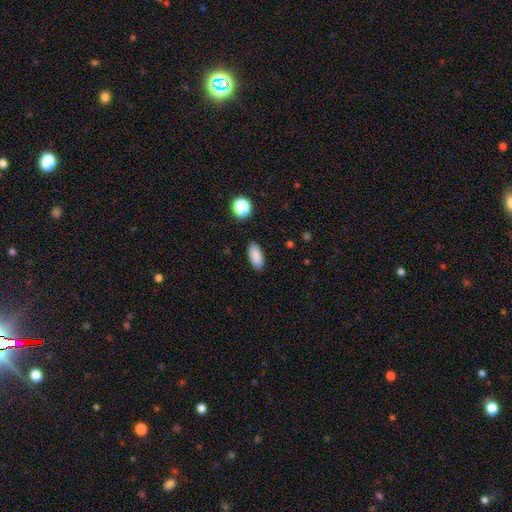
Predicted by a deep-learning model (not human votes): A smooth galaxy with no disk features (88%) that is in between round and cigar-shaped (87%).

Vote fractions:
- Smooth or featured? smooth: 88% / star or artifact: 8% / featured or disk: 4%
- How rounded? in between: 87% / cigar-shaped: 10% / round: 3%
- Merging? none: 89% / minor disturbance: 8% / major disturbance: 2% / merger: 1%